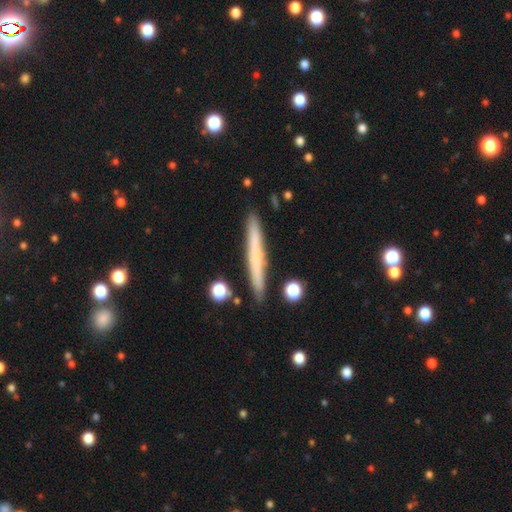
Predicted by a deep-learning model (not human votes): A smooth galaxy with no disk features (58%) that is cigar-shaped (97%).

Vote fractions:
- Smooth or featured? smooth: 58% / featured or disk: 36% / star or artifact: 6%
- How rounded? cigar-shaped: 97% / in between: 2% / round: 1%
- Merging? none: 89% / minor disturbance: 7% / merger: 2% / major disturbance: 1%